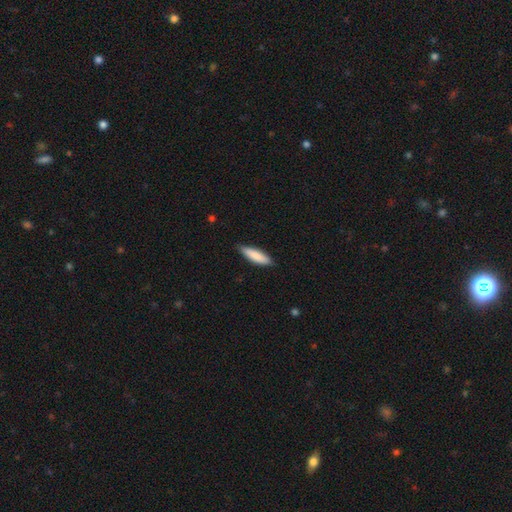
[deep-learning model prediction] This is clearly a smooth galaxy (85%). How rounded: likely cigar-shaped (63%). Merging: clearly none (85%).